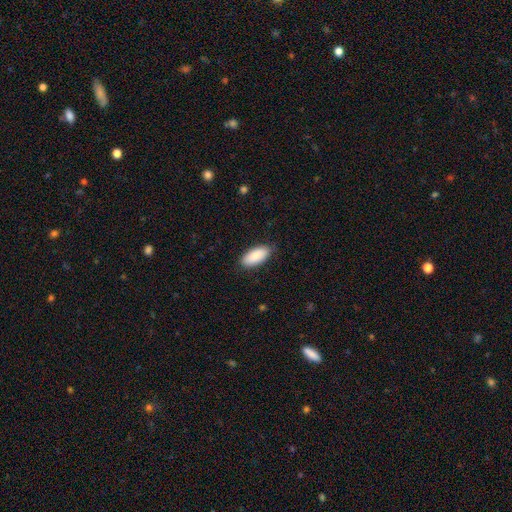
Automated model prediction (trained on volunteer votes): A smooth galaxy with no disk features (89%) that is in between round and cigar-shaped (91%). Merging: none (85%).